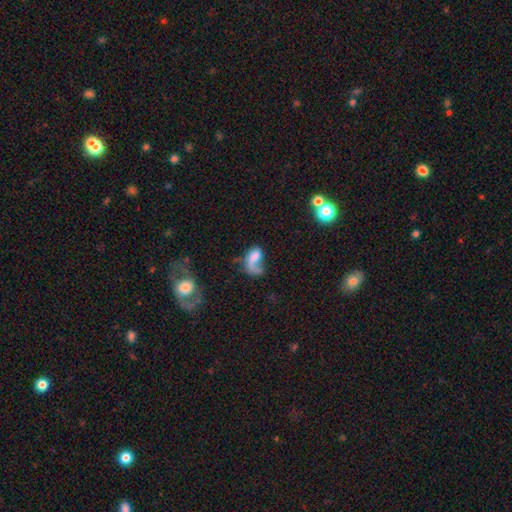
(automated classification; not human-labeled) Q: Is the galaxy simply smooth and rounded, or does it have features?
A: smooth — 41%.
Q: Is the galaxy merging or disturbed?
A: major disturbance — 36%.